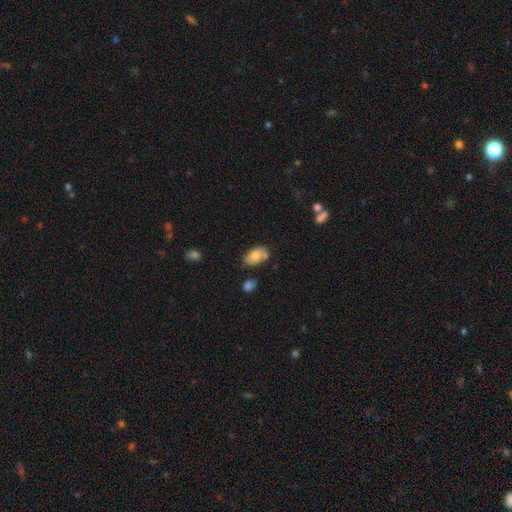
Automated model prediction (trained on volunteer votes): Smooth or featured? smooth (78%)
How rounded? in between (91%)
Merging? none (61%)